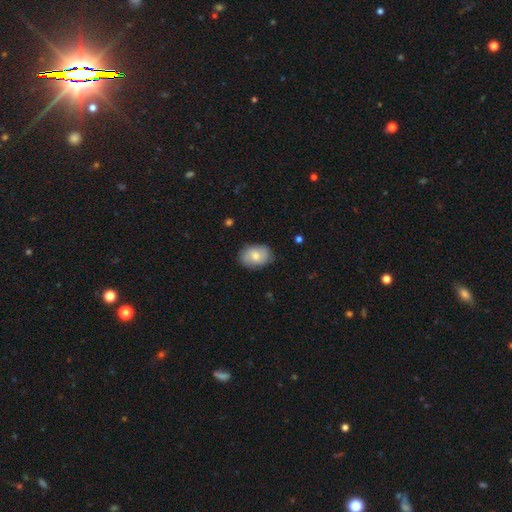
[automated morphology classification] Overall: smooth (71%). How rounded: in between (79%). Merging: none (81%).